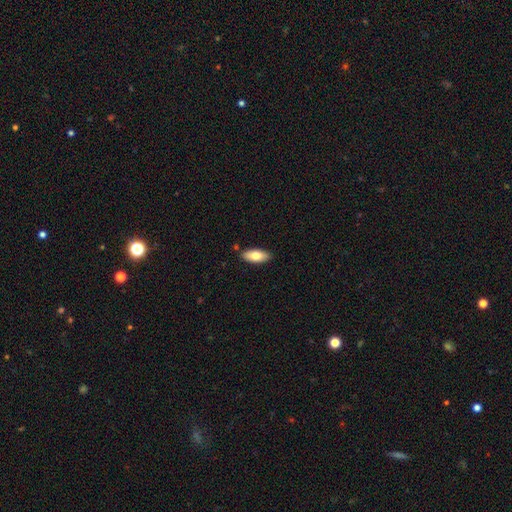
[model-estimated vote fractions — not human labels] A smooth galaxy with no disk features (75%) that is in between round and cigar-shaped (84%). Merging: none (87%).